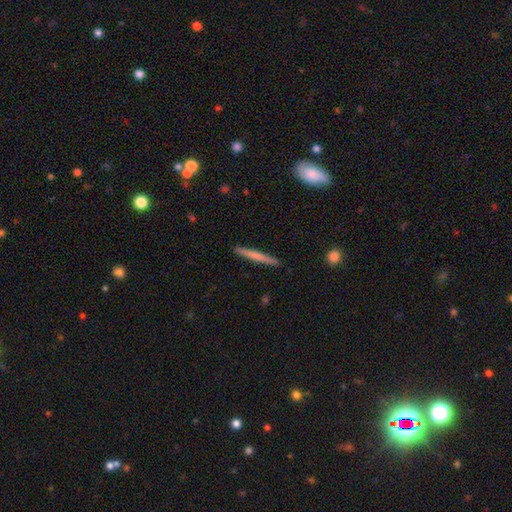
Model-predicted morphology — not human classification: type=smooth (57%); roundness=cigar-shaped (97%); merging=none (92%).